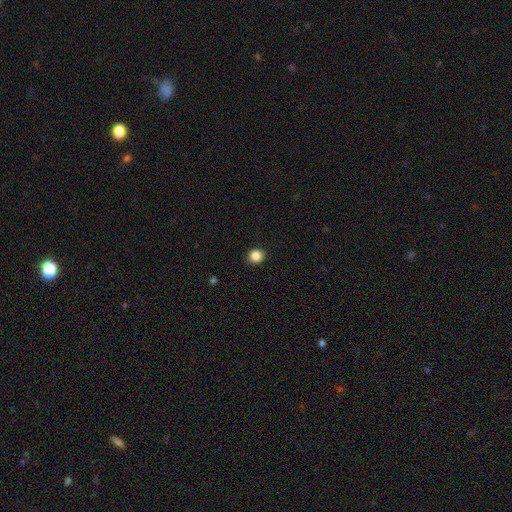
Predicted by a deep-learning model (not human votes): Smooth or featured?
  - smooth: 86% *
  - star or artifact: 11%
  - featured or disk: 4%
How rounded?
  - round: 82% *
  - in between: 17%
  - cigar-shaped: 1%
Merging?
  - none: 90% *
  - minor disturbance: 7%
  - major disturbance: 2%
  - merger: 1%